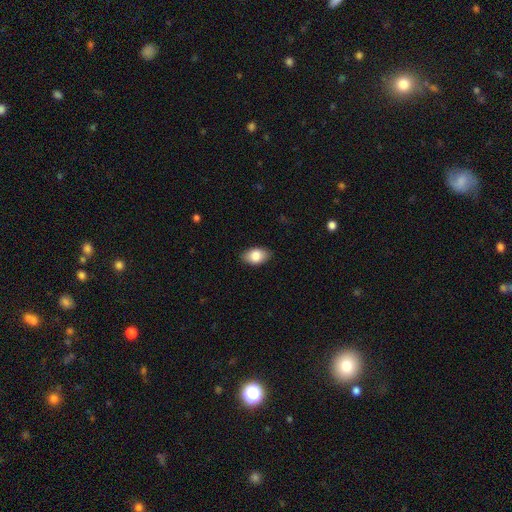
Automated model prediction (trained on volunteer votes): smooth_or_featured: smooth (p=0.84) [alt: featured or disk p=0.10]
how_rounded: in between (p=0.89) [alt: round p=0.09]
merging: none (p=0.86) [alt: minor disturbance p=0.11]